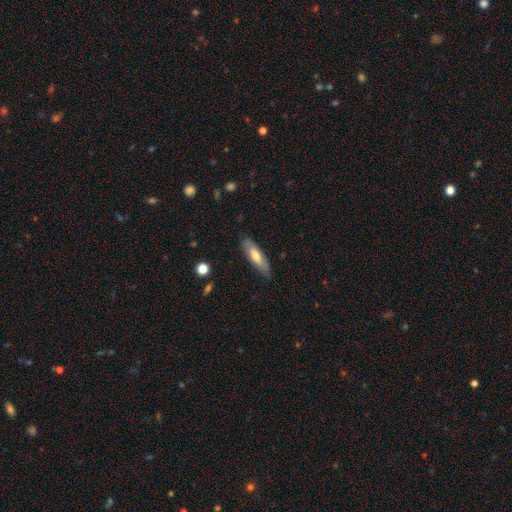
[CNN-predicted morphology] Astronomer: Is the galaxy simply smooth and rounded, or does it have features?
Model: smooth — 60%.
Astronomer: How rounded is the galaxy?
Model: cigar-shaped — 58% (runner-up: in between, 40%).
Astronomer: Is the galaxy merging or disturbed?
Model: none — 80%.